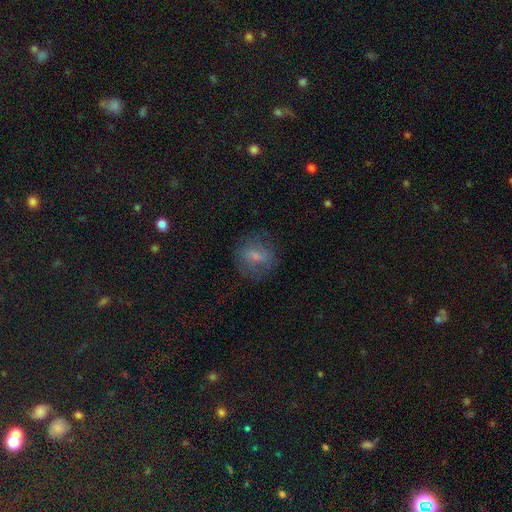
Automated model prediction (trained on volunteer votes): Smooth or featured?
  - smooth: 60% *
  - featured or disk: 29%
  - star or artifact: 11%
How rounded?
  - round: 73% *
  - in between: 25%
  - cigar-shaped: 2%
Merging?
  - none: 74% *
  - minor disturbance: 16%
  - major disturbance: 9%
  - merger: 1%